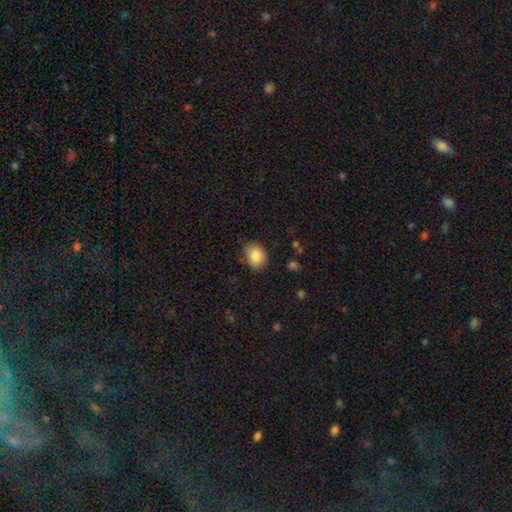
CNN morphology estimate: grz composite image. It shows a smooth galaxy with no disk features (86%) that is in between round and cigar-shaped (60%). Merging: none (80%).